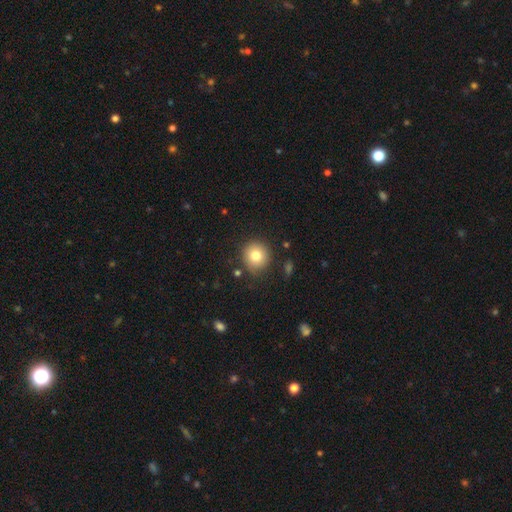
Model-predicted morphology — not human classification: type=smooth (80%); roundness=round (91%); merging=none (84%).